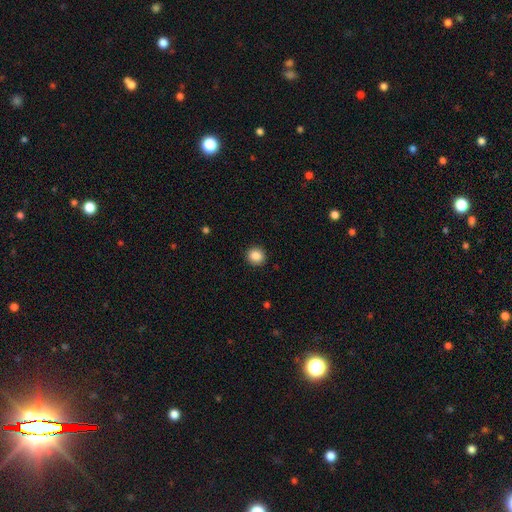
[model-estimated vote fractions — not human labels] smooth-or-featured: smooth: 87% | star or artifact: 9% | featured or disk: 4%
  how-rounded: round: 92% | in between: 7% | cigar-shaped: 1%
  merging: none: 92% | minor disturbance: 5% | major disturbance: 2% | merger: 1%